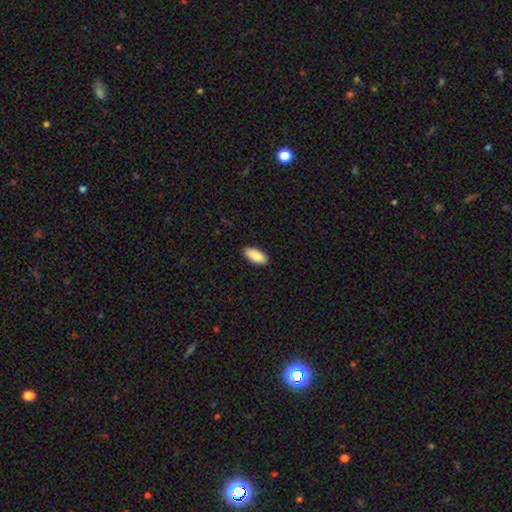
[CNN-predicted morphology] Smooth or featured: smooth — 90% (star or artifact — 6%)
How rounded: in between — 90% (cigar-shaped — 8%)
Merging: none — 90% (minor disturbance — 8%)